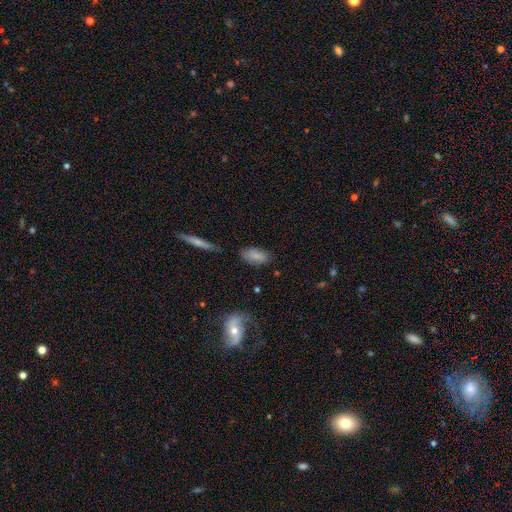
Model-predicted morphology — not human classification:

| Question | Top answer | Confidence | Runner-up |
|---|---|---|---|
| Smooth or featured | smooth | 81% | featured or disk (11%) |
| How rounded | in between | 89% | cigar-shaped (8%) |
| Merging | none | 75% | minor disturbance (17%) |